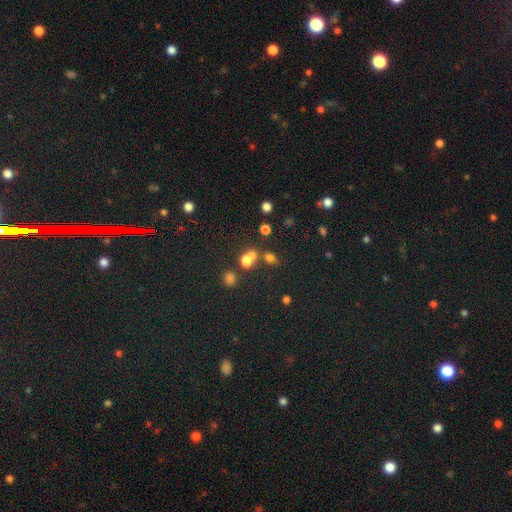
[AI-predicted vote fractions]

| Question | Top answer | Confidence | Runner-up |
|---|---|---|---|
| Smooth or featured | smooth | 49% | star or artifact (40%) |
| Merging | none | 52% | merger (34%) |